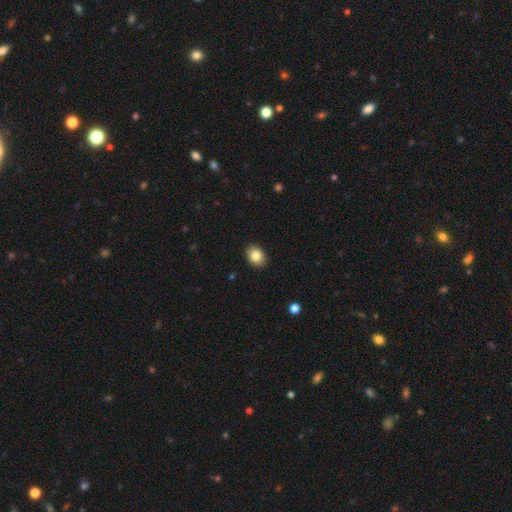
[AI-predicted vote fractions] A smooth galaxy with no disk features (84%) that is in between round and cigar-shaped (71%). Merging: none (91%).